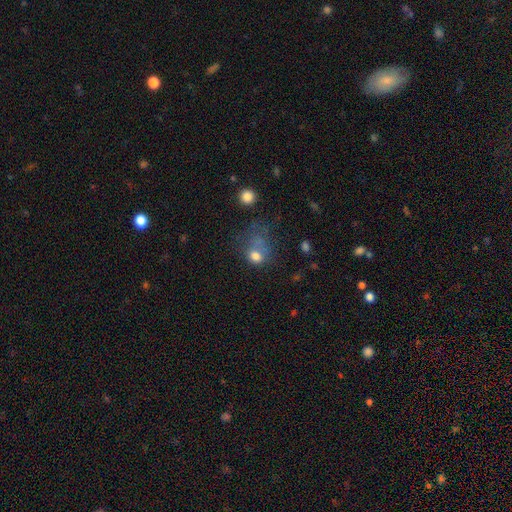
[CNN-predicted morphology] A smooth galaxy with no disk features (72%) that is round (53%).

Vote fractions:
- Smooth or featured? smooth: 72% / featured or disk: 14% / star or artifact: 14%
- How rounded? round: 53% / in between: 46% / cigar-shaped: 1%
- Merging? major disturbance: 34% / none: 29% / minor disturbance: 20% / merger: 16%